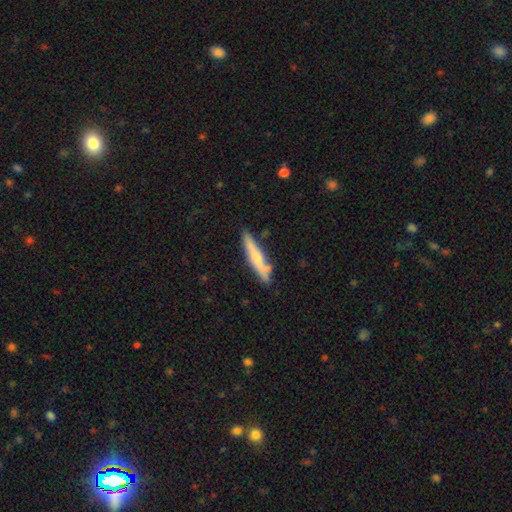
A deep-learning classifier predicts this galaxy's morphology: Overall: smooth (59%; featured or disk 35%). How rounded: cigar-shaped (91%). Merging: none (76%).